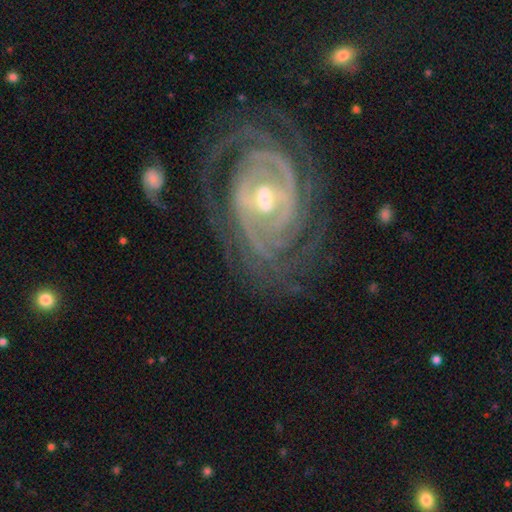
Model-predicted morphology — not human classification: Smooth or featured? Predicted: featured or disk (p=0.90). Edge-on disk? Predicted: no (p=0.96). Bar? Predicted: weak (p=0.37). Spiral arms? Predicted: yes (p=0.96). Spiral winding? Predicted: tight (p=0.72). Spiral arm count? Predicted: 2 (p=0.33). Bulge size? Predicted: moderate (p=0.61). Merging? Predicted: none (p=0.70).